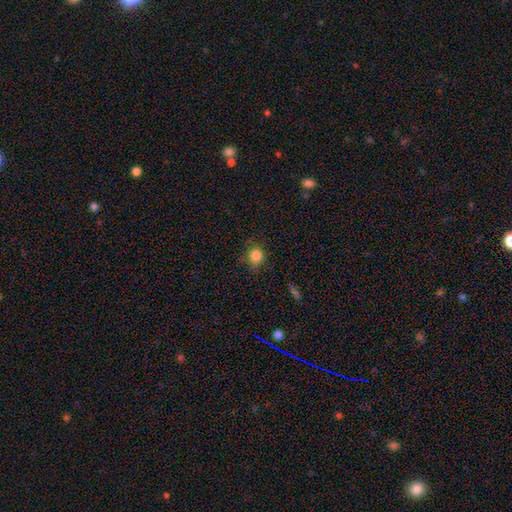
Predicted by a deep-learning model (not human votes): Smooth or featured?
  - smooth: 83% *
  - star or artifact: 12%
  - featured or disk: 5%
How rounded?
  - round: 83% *
  - in between: 16%
  - cigar-shaped: 1%
Merging?
  - none: 76% *
  - minor disturbance: 18%
  - major disturbance: 5%
  - merger: 2%